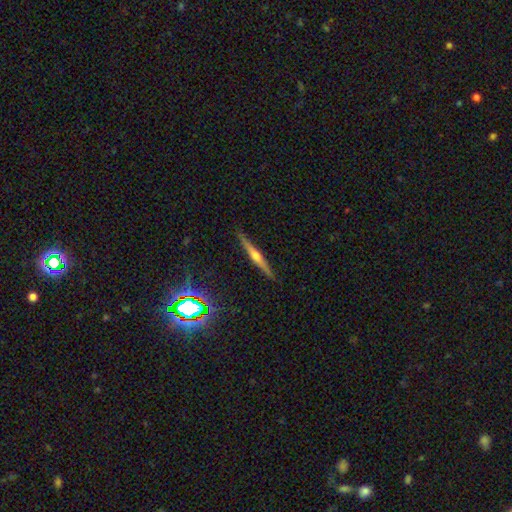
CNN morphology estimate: Smooth or featured? featured or disk (67%)
Edge-on disk? yes (97%)
Edge-on bulge? rounded (84%)
Merging? none (90%)